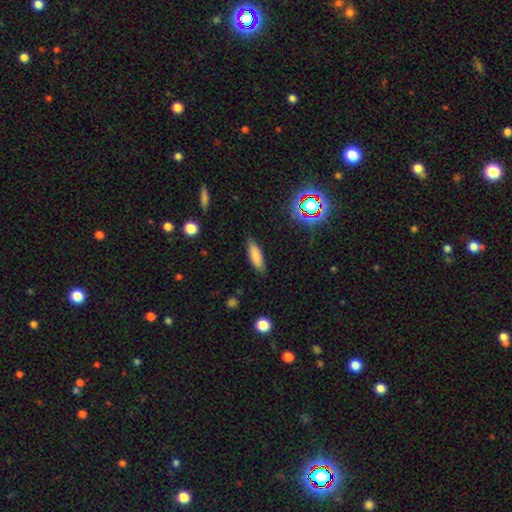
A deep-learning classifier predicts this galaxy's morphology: A smooth galaxy with no disk features (82%) that is in between round and cigar-shaped (54%). Merging: none (85%).